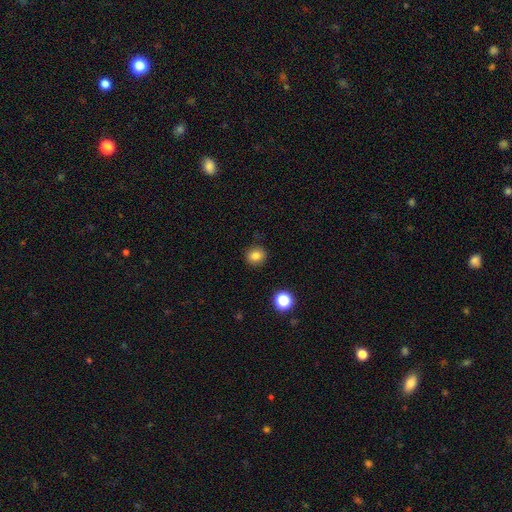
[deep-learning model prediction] smooth_or_featured: smooth (p=0.82) [alt: star or artifact p=0.12]
how_rounded: round (p=0.80) [alt: in between p=0.19]
merging: none (p=0.89) [alt: minor disturbance p=0.07]